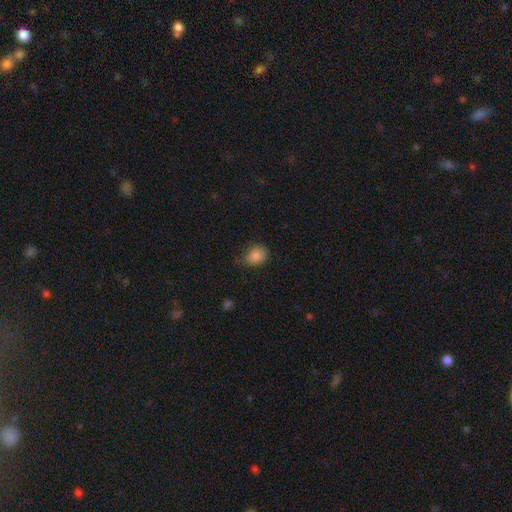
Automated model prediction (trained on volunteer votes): This is clearly a smooth galaxy (83%). How rounded: possibly round (55%). Merging: likely none (62%).